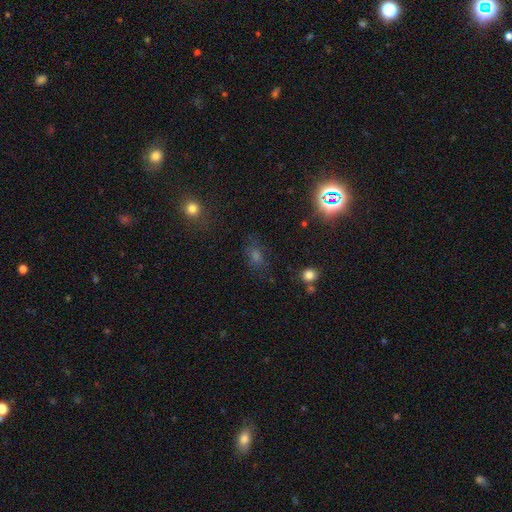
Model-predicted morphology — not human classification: This is marginally a star or artifact rather than a galaxy (44%).